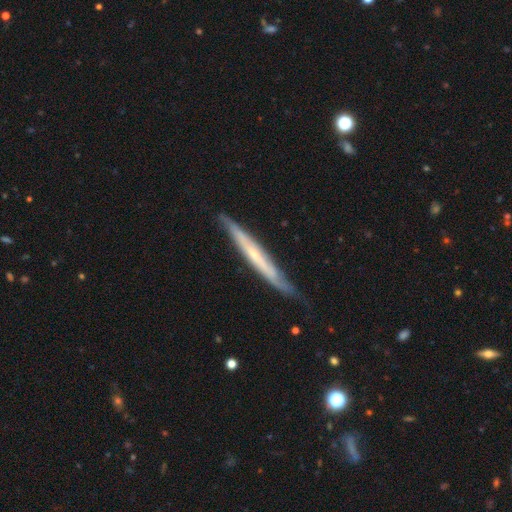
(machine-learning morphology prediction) A featured or disk galaxy (64%) viewed edge-on (88%) with no central bulge (59%). Merging: none (75%).